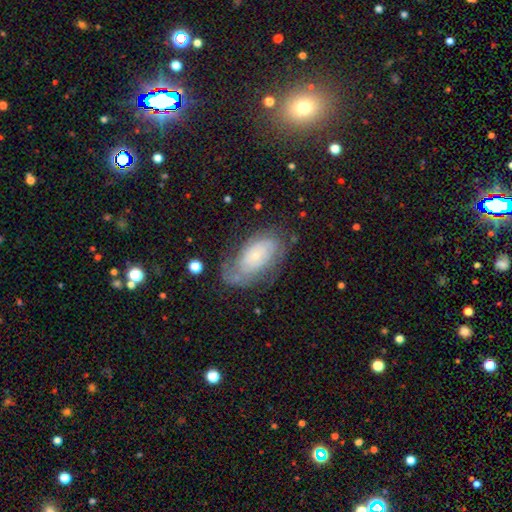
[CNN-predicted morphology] The model was most divided on "merging": none: 58%, minor disturbance: 25%, major disturbance: 15%, merger: 3%. More confident: edge-on disk — no (95%); bar — no (82%); spiral arms — yes (77%); bulge size — small (76%); smooth or featured — featured or disk (67%).